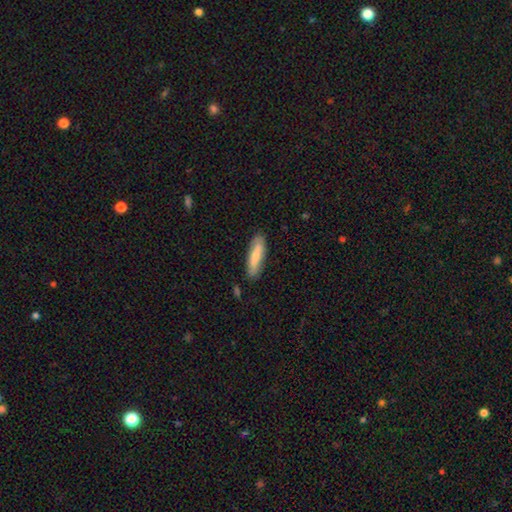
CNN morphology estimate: A smooth galaxy with no disk features (65%) that is cigar-shaped (64%).

Vote fractions:
- Smooth or featured? smooth: 65% / featured or disk: 29% / star or artifact: 6%
- How rounded? cigar-shaped: 64% / in between: 34% / round: 2%
- Merging? none: 83% / minor disturbance: 13% / major disturbance: 2% / merger: 2%